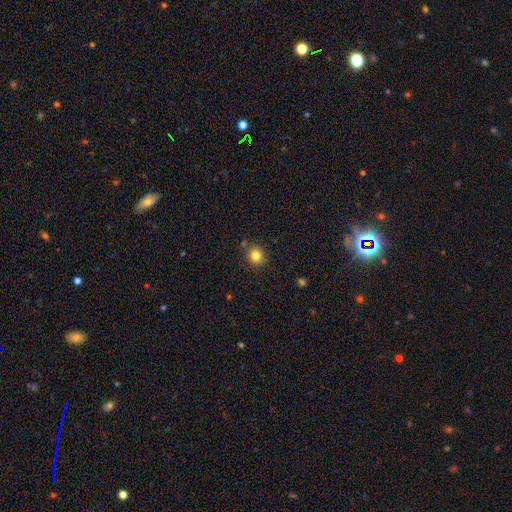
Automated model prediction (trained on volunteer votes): Smooth or featured: smooth — 82% (star or artifact — 12%)
How rounded: round — 87% (in between — 12%)
Merging: none — 85% (minor disturbance — 9%)